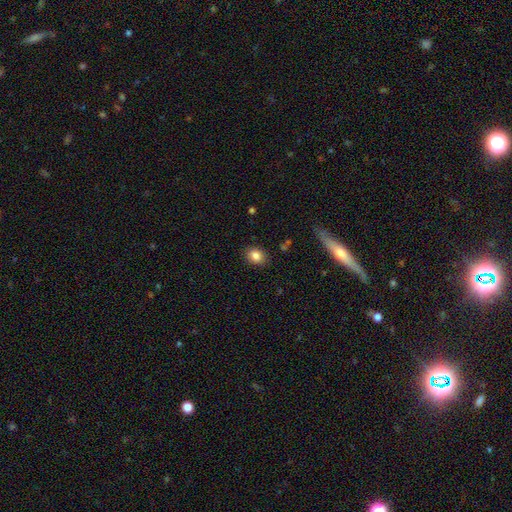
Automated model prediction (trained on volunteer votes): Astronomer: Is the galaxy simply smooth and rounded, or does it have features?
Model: smooth — 84%.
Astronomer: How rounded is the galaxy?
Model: in between — 53% (runner-up: round, 46%).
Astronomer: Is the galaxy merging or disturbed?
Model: none — 86%.